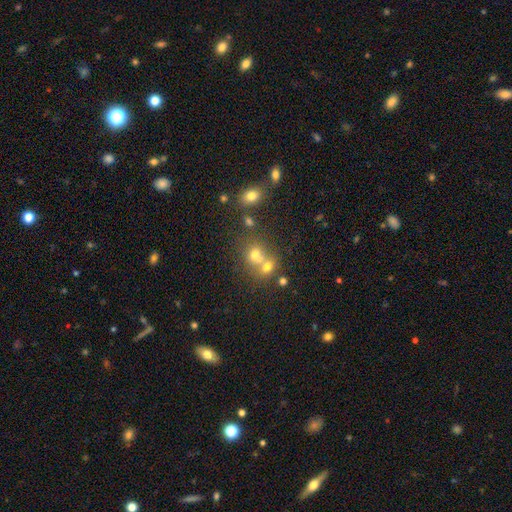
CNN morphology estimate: Q: Smooth or featured?
A: smooth (62%); runner-up: star or artifact (20%)
Q: How rounded?
A: round (73%); runner-up: in between (26%)
Q: Merging?
A: merger (53%); runner-up: none (36%)